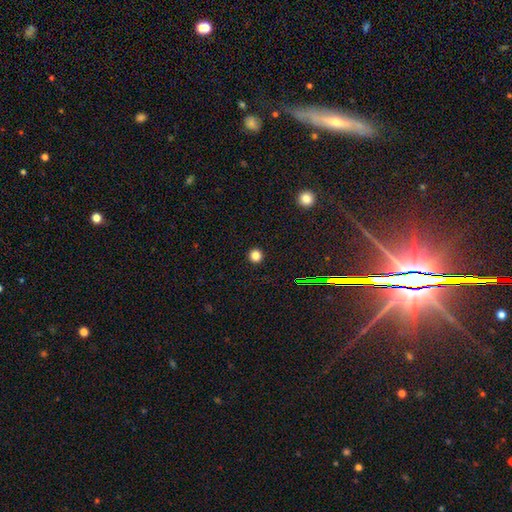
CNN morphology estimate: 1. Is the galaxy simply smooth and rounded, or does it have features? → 81% smooth, 14% star or artifact, 4% featured or disk.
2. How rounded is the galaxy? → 95% round, 4% in between, 1% cigar-shaped.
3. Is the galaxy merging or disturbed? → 93% none, 4% minor disturbance, 2% major disturbance, 1% merger.